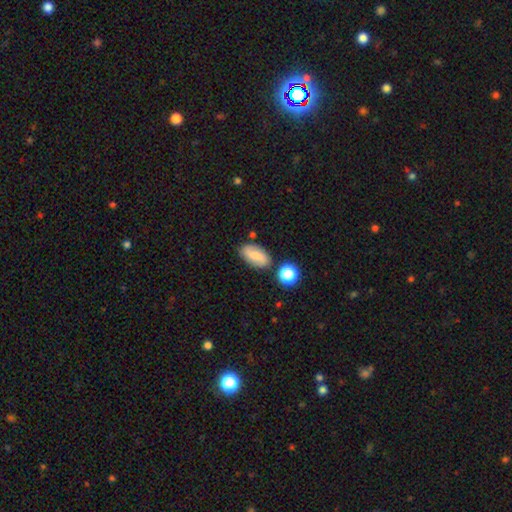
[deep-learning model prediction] A smooth galaxy with no disk features (47%). Merging: none (77%).